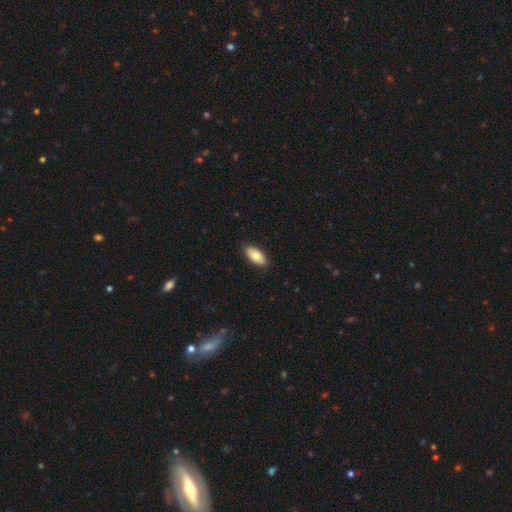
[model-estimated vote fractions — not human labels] This is likely a smooth galaxy (77%). How rounded: clearly in between (92%). Merging: clearly none (89%).